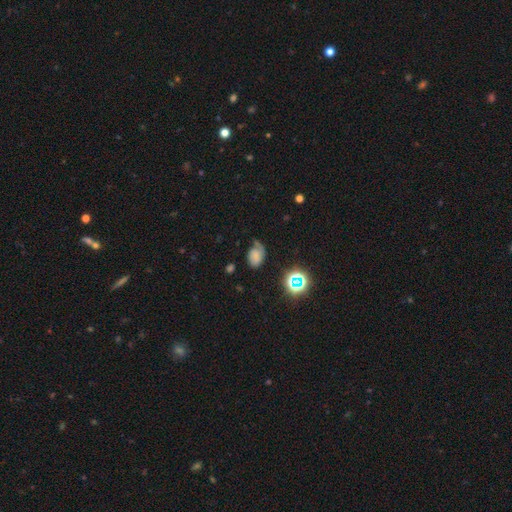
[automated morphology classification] Q: Smooth or featured?
A: smooth (58%); runner-up: featured or disk (24%)
Q: How rounded?
A: in between (74%); runner-up: round (24%)
Q: Merging?
A: none (43%); runner-up: minor disturbance (33%)